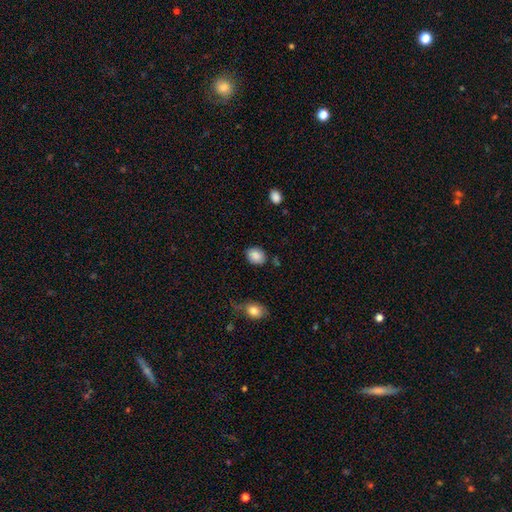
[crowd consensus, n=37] Smooth or featured? 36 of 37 (97%) said smooth. How rounded? 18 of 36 (50%, tied with in between) said round. Merging? 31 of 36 (86%) said none.